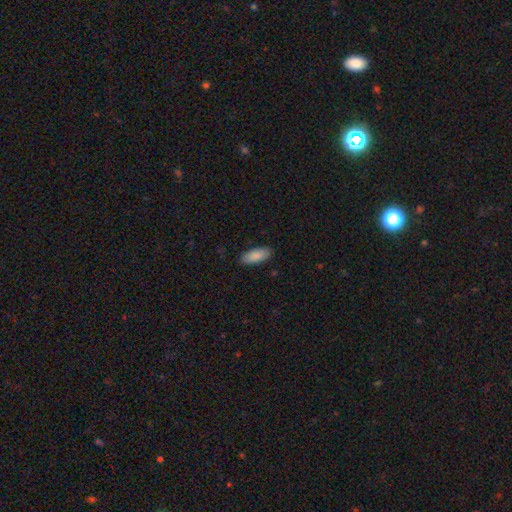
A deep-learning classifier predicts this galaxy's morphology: Q: Smooth or featured?
A: smooth (87%); runner-up: featured or disk (7%)
Q: How rounded?
A: in between (82%); runner-up: cigar-shaped (17%)
Q: Merging?
A: none (88%); runner-up: minor disturbance (9%)